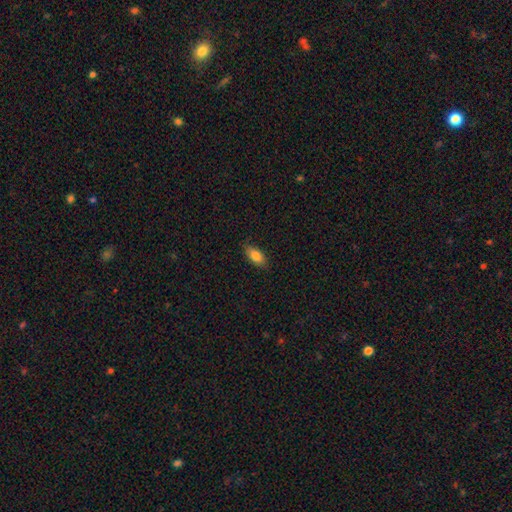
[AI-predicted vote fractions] A smooth galaxy with no disk features (84%) that is in between round and cigar-shaped (89%). Merging: none (83%).